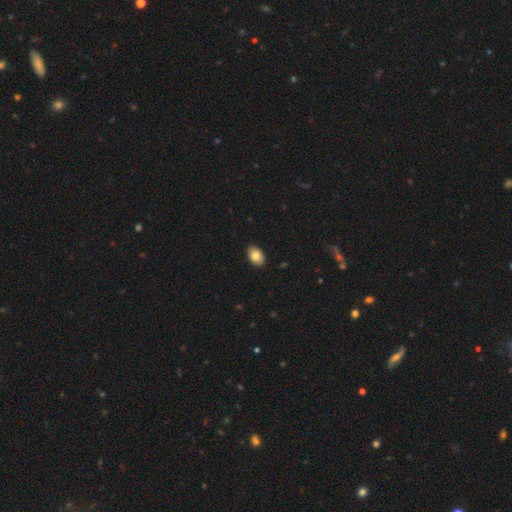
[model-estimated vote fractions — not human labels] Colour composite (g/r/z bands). It shows a smooth galaxy with no disk features (82%) that is in between round and cigar-shaped (89%). Merging: none (90%).